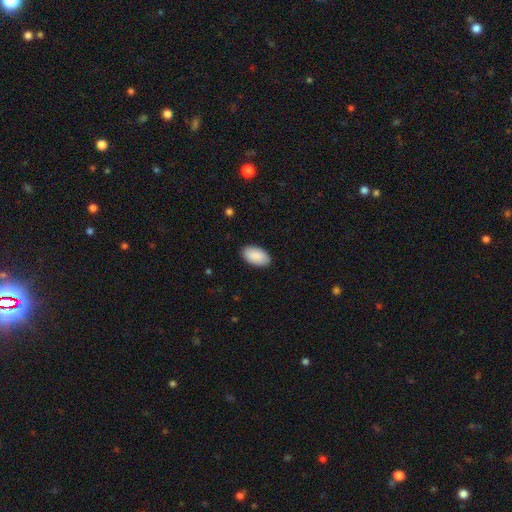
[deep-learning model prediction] Overall: smooth (91%). How rounded: in between (96%). Merging: none (89%).